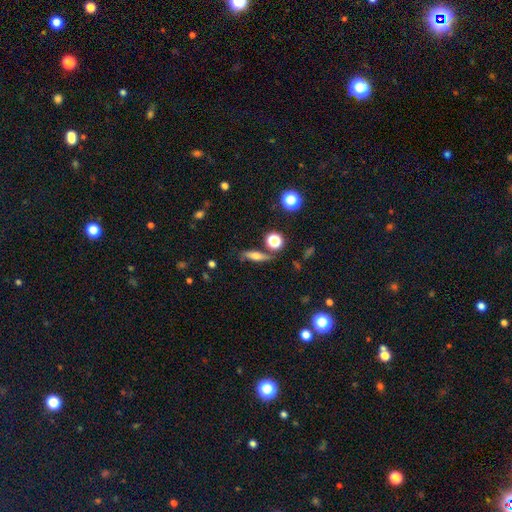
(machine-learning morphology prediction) This is possibly a smooth galaxy (50%). Merging: likely none (76%).